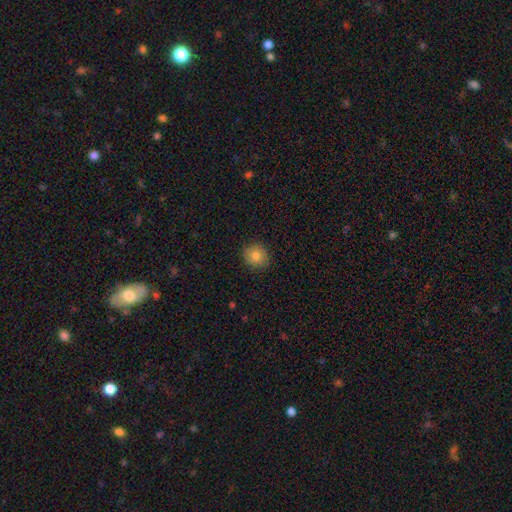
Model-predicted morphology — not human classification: smooth_or_featured: smooth (p=0.82) [alt: star or artifact p=0.10]
how_rounded: round (p=0.88) [alt: in between p=0.11]
merging: none (p=0.89) [alt: minor disturbance p=0.08]